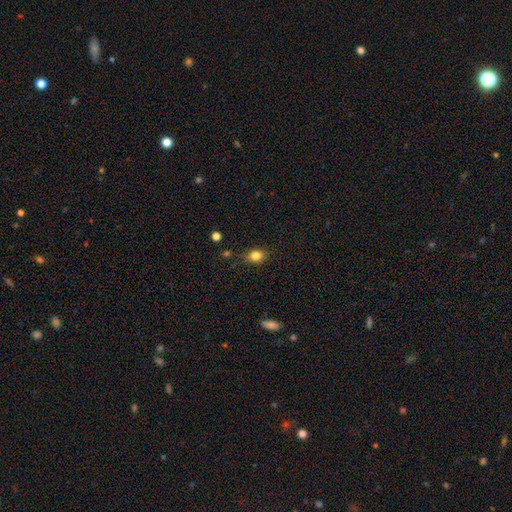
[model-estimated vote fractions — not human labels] A smooth galaxy with no disk features (82%) that is in between round and cigar-shaped (52%). Merging: none (80%).